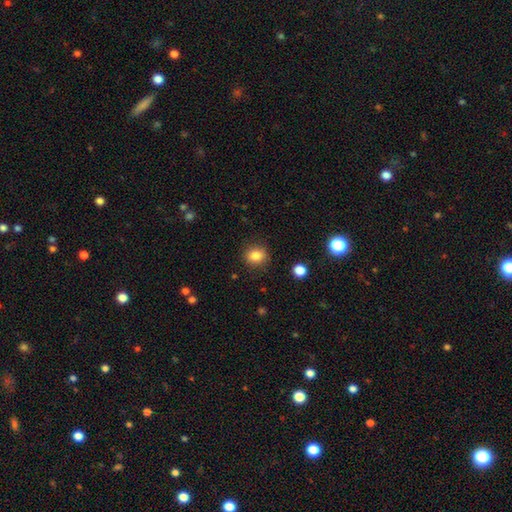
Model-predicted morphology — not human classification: Smooth or featured?
  - smooth: 83% *
  - star or artifact: 11%
  - featured or disk: 6%
How rounded?
  - round: 75% *
  - in between: 24%
  - cigar-shaped: 1%
Merging?
  - none: 87% *
  - minor disturbance: 9%
  - major disturbance: 3%
  - merger: 1%